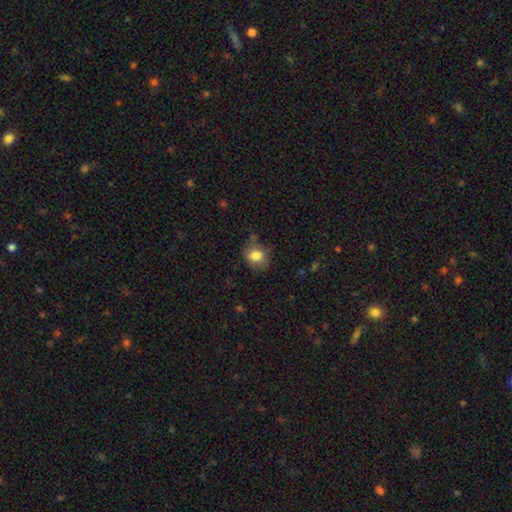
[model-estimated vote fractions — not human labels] Overall: smooth (81%). How rounded: round (54%; in between 45%). Merging: none (67%).